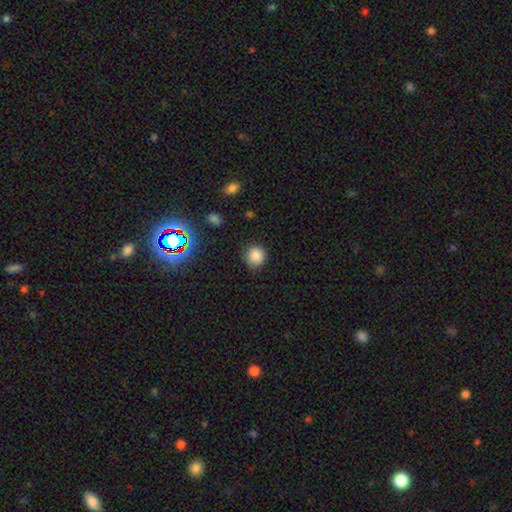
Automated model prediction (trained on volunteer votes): Q: Smooth or featured?
A: smooth (83%); runner-up: star or artifact (13%)
Q: How rounded?
A: round (90%); runner-up: in between (9%)
Q: Merging?
A: none (85%); runner-up: minor disturbance (11%)